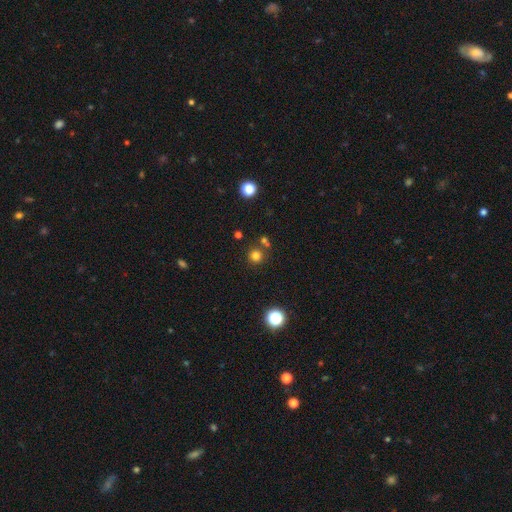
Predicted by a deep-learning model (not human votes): Q: Smooth or featured?
A: smooth (77%); runner-up: star or artifact (18%)
Q: How rounded?
A: round (94%); runner-up: in between (5%)
Q: Merging?
A: none (77%); runner-up: merger (13%)